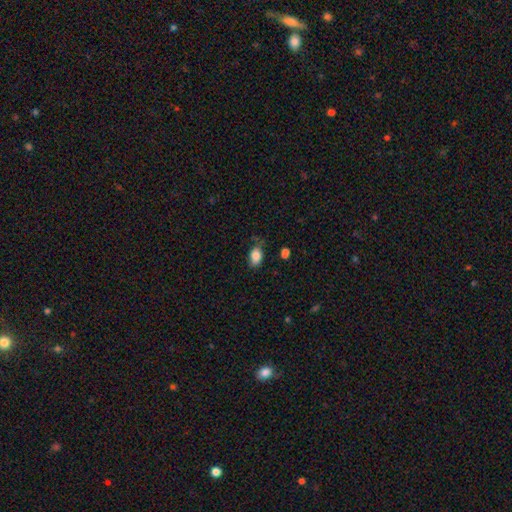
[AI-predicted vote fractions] Smooth or featured?
  - smooth: 85% *
  - star or artifact: 8%
  - featured or disk: 7%
How rounded?
  - in between: 87% *
  - round: 11%
  - cigar-shaped: 2%
Merging?
  - none: 62% *
  - minor disturbance: 28%
  - major disturbance: 7%
  - merger: 2%